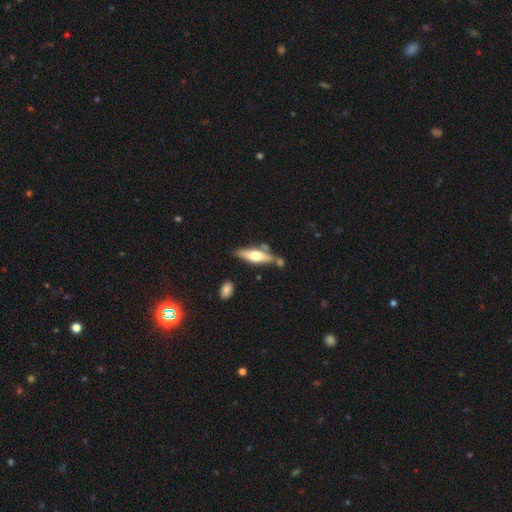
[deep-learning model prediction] Smooth or featured: featured or disk — 51% (smooth — 43%)
Edge-on disk: yes — 88% (no — 12%)
Merging: none — 68% (minor disturbance — 16%)